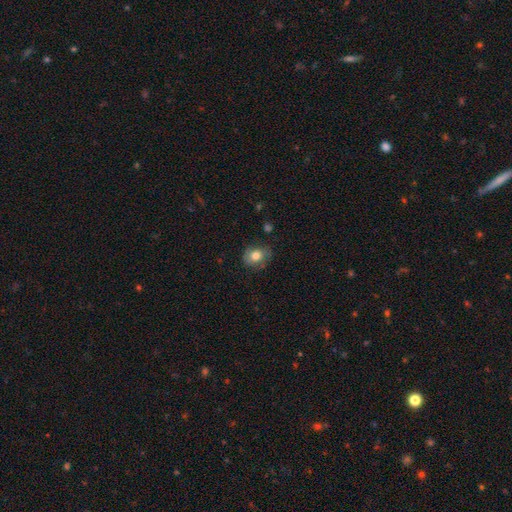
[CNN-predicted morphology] smooth-or-featured: smooth: 78% | featured or disk: 13% | star or artifact: 9%
  how-rounded: round: 50% | in between: 49% | cigar-shaped: 1%
  merging: none: 74% | minor disturbance: 20% | major disturbance: 5% | merger: 2%